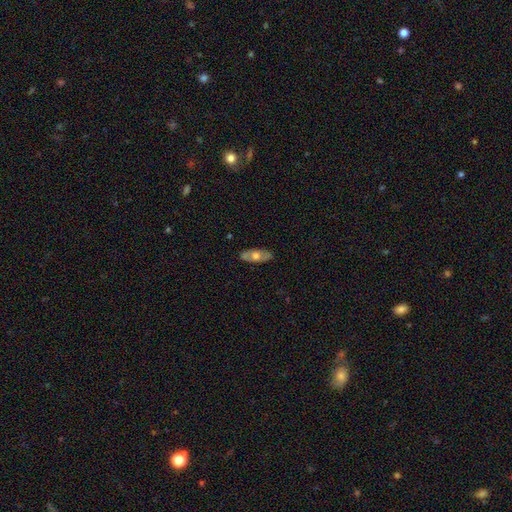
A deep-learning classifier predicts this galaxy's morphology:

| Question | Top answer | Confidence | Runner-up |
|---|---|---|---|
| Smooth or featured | smooth | 50% | featured or disk (44%) |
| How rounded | in between | 82% | cigar-shaped (14%) |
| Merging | none | 85% | minor disturbance (11%) |